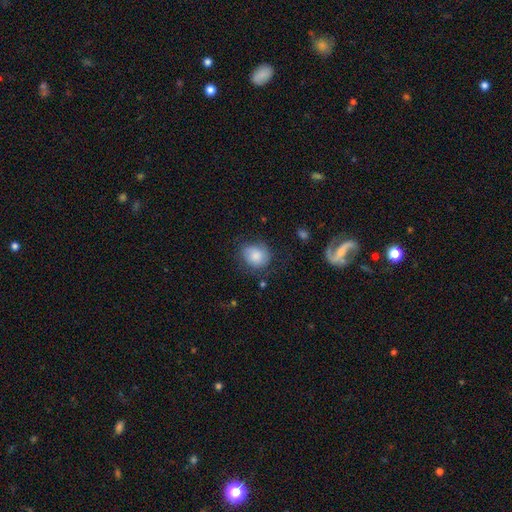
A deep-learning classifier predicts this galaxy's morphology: Smooth or featured?
  - smooth: 80% *
  - featured or disk: 12%
  - star or artifact: 8%
How rounded?
  - round: 60% *
  - in between: 39%
  - cigar-shaped: 1%
Merging?
  - none: 65% *
  - minor disturbance: 25%
  - major disturbance: 8%
  - merger: 2%